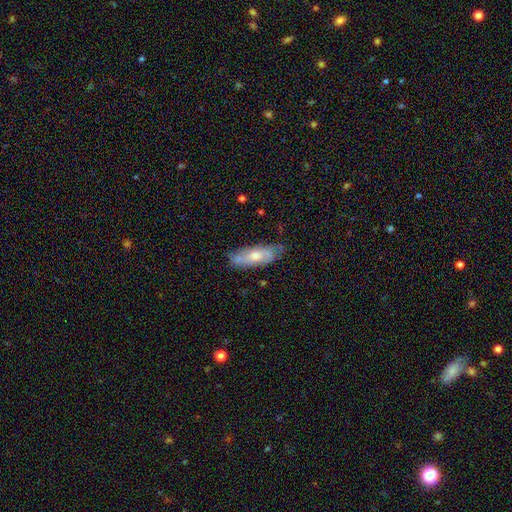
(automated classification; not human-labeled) The model was most divided on "smooth or featured": smooth: 54%, featured or disk: 39%, star or artifact: 6%. More confident: how rounded — in between (68%); merging — none (63%).